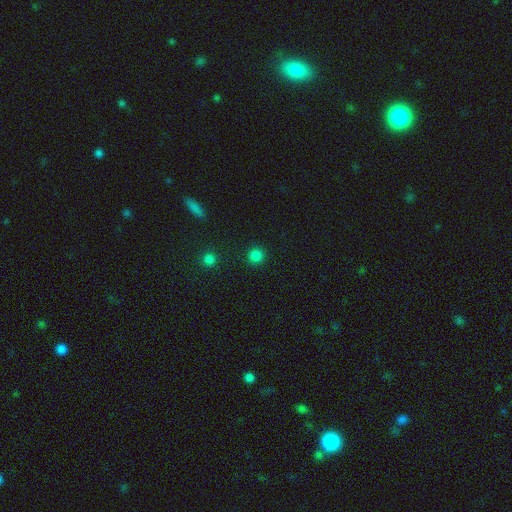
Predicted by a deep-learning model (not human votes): This is clearly a smooth galaxy (82%). How rounded: clearly round (94%). Merging: clearly none (91%).